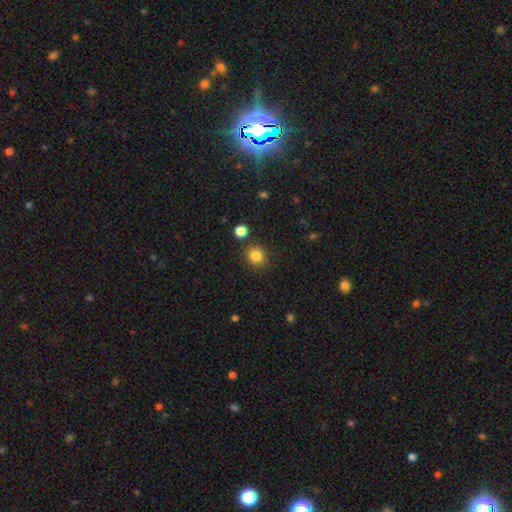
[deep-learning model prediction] smooth 84%, star or artifact 11%, featured or disk 5%. Down the decision tree: how rounded — round (77%); merging — none (84%).